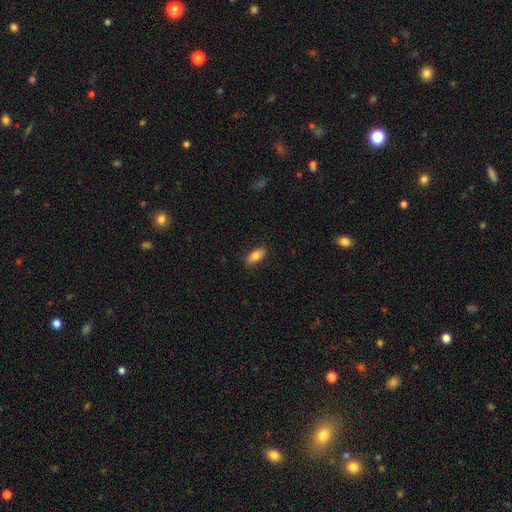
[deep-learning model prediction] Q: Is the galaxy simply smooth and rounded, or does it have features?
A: smooth — 81%.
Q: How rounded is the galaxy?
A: in between — 85%.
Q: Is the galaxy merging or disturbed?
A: none — 86%.